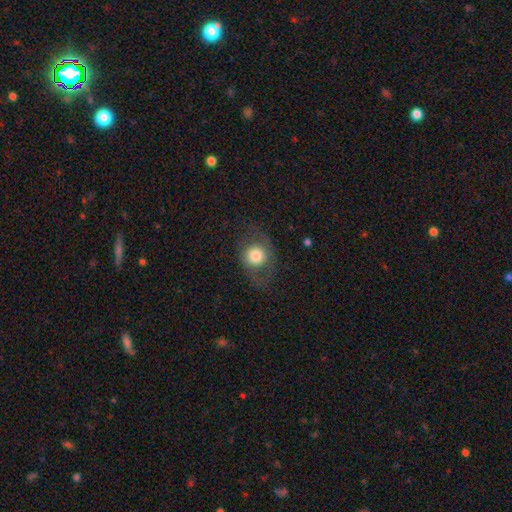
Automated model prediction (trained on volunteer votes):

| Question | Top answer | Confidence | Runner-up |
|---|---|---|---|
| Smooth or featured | smooth | 68% | featured or disk (24%) |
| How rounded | round | 74% | in between (25%) |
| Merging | none | 71% | minor disturbance (15%) |